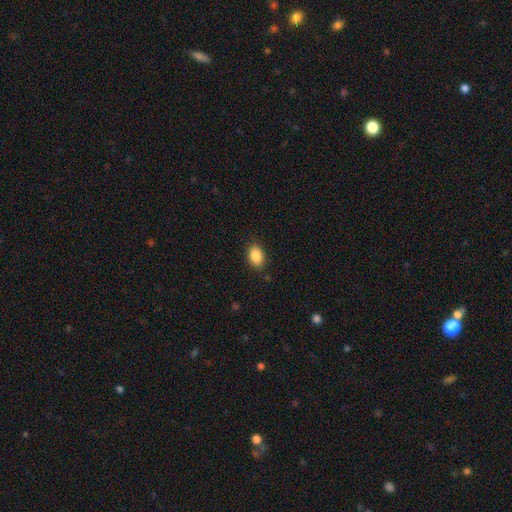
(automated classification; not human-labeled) Smooth or featured? smooth (88%)
How rounded? in between (83%)
Merging? none (86%)